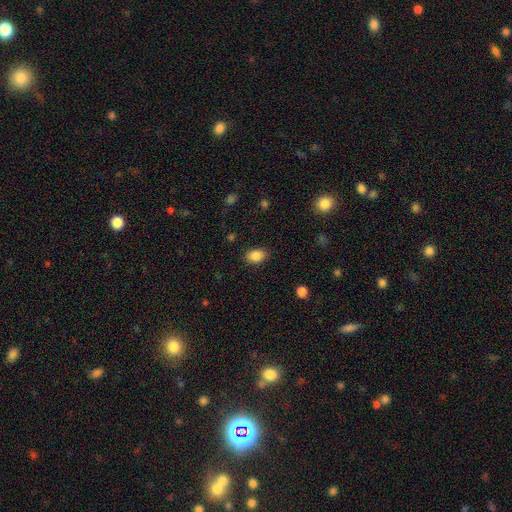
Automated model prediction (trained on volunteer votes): Q: Smooth or featured?
A: smooth (87%); runner-up: star or artifact (9%)
Q: How rounded?
A: in between (77%); runner-up: round (22%)
Q: Merging?
A: none (85%); runner-up: minor disturbance (11%)